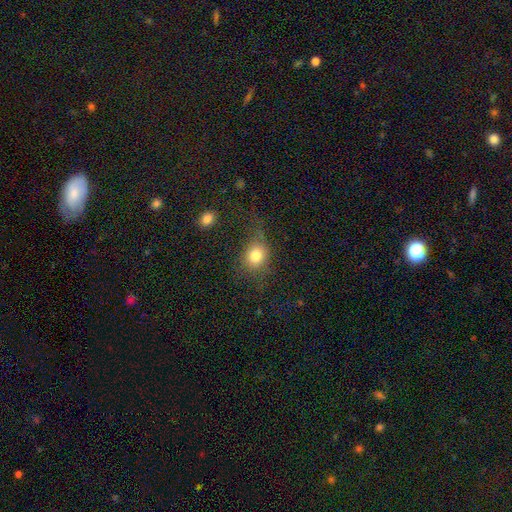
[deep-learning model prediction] Smooth or featured?
  - smooth: 78% *
  - star or artifact: 12%
  - featured or disk: 10%
How rounded?
  - round: 65% *
  - in between: 34%
  - cigar-shaped: 2%
Merging?
  - none: 57% *
  - minor disturbance: 22%
  - major disturbance: 17%
  - merger: 3%